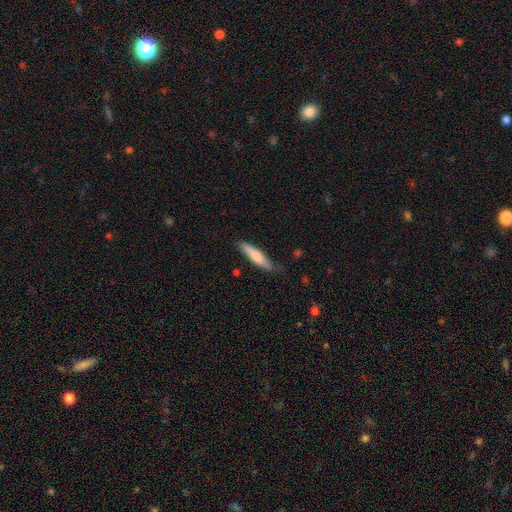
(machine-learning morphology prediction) Overall: smooth (71%). How rounded: cigar-shaped (81%). Merging: none (73%).